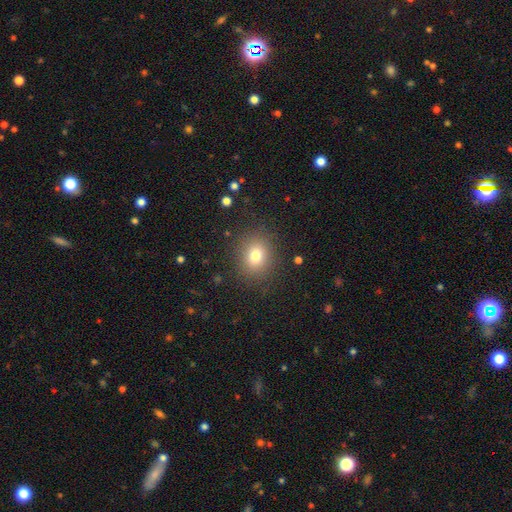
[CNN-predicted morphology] This appears to be a smooth galaxy with no disk features (77%) that is round (64%). Merging: none (86%).